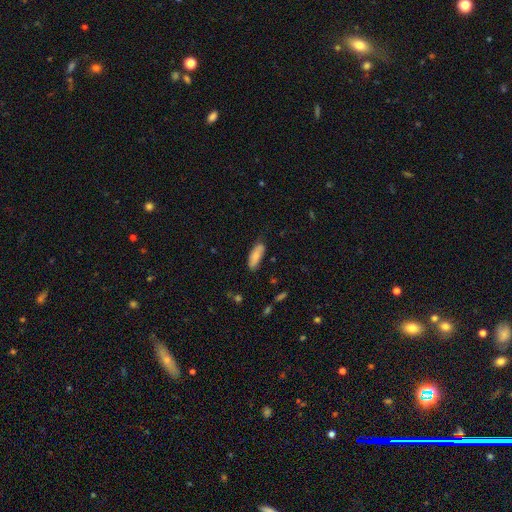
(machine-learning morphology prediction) Smooth or featured? smooth (79%)
How rounded? in between (63%)
Merging? none (74%)